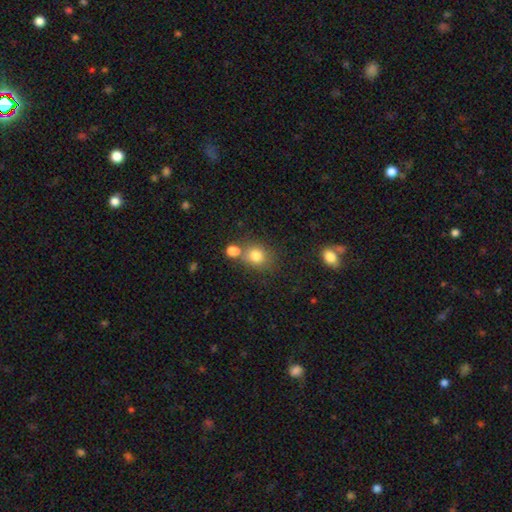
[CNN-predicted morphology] This appears to be a smooth galaxy with no disk features (80%) that is round (68%). Merging: none (58%).